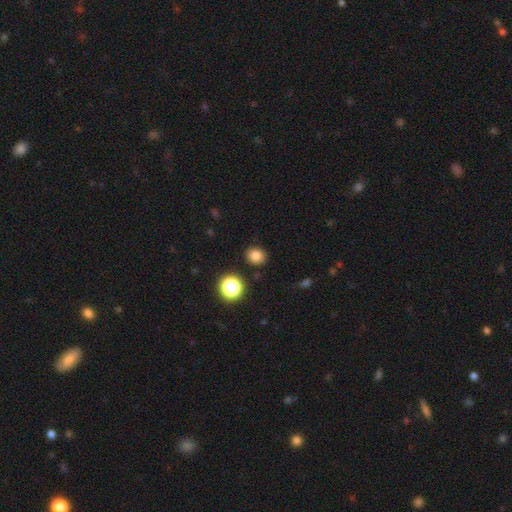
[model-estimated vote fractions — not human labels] smooth_or_featured: smooth (p=0.81) [alt: star or artifact p=0.14]
how_rounded: round (p=0.72) [alt: in between p=0.27]
merging: none (p=0.89) [alt: minor disturbance p=0.07]